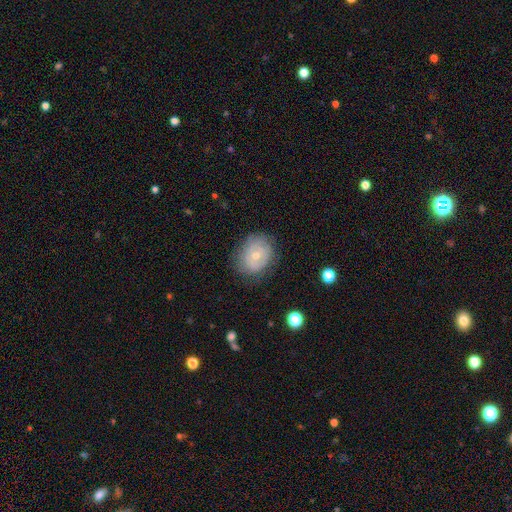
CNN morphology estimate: smooth_or_featured: smooth (p=0.47) [alt: featured or disk p=0.44]
merging: none (p=0.68) [alt: minor disturbance p=0.22]